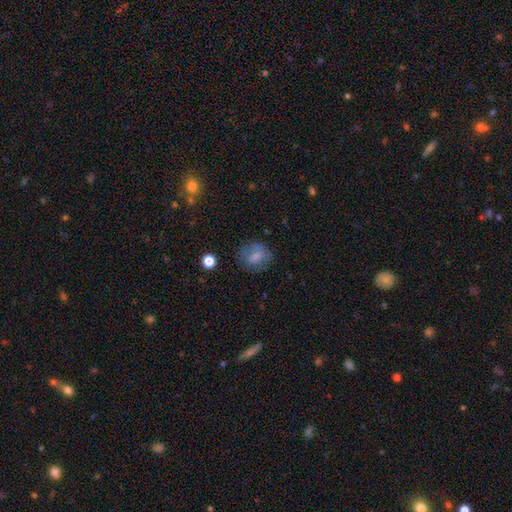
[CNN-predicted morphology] Overall: smooth (69%). How rounded: round (61%; in between 38%). Merging: none (70%).